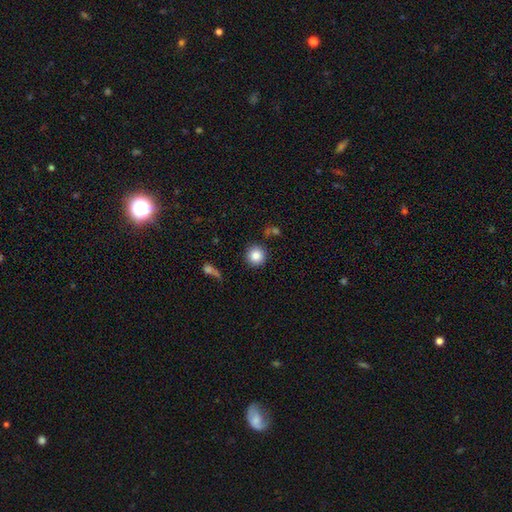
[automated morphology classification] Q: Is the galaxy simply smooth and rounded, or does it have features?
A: smooth — 85%.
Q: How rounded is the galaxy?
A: round — 94%.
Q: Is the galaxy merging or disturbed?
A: none — 85%.